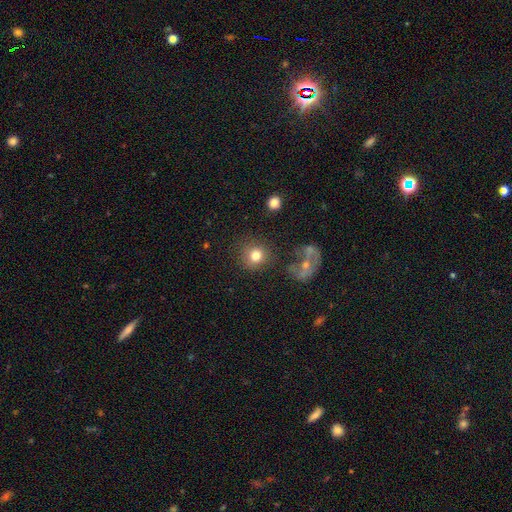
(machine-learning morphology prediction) A smooth galaxy with no disk features (79%) that is round (89%).

Vote fractions:
- Smooth or featured? smooth: 79% / star or artifact: 12% / featured or disk: 9%
- How rounded? round: 89% / in between: 10% / cigar-shaped: 1%
- Merging? none: 78% / minor disturbance: 10% / major disturbance: 6% / merger: 5%